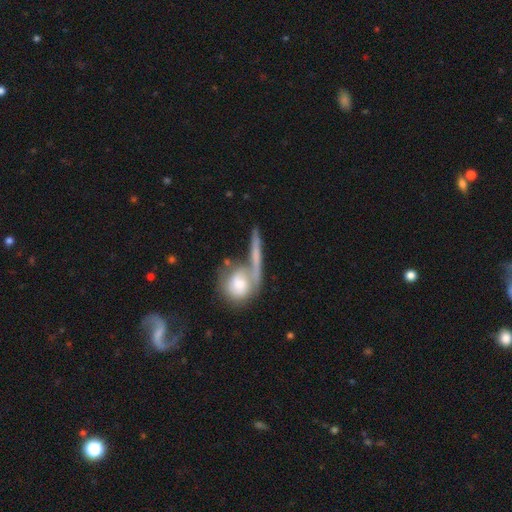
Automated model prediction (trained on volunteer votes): The model was most divided on "smooth or featured": smooth: 46%, featured or disk: 45%, star or artifact: 9%. Remaining: merging — none (43%).